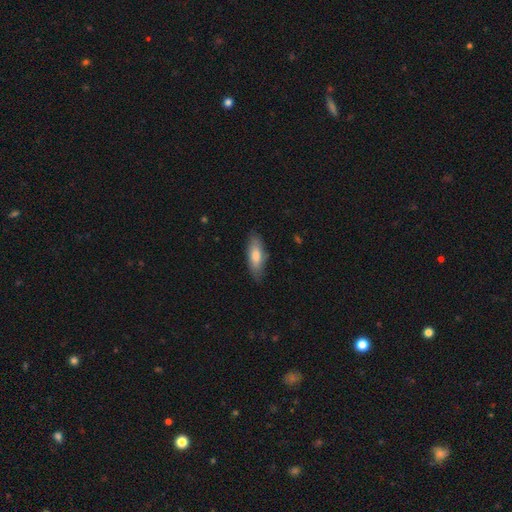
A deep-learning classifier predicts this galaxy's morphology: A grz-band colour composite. It shows a smooth galaxy with no disk features (72%) that is in between round and cigar-shaped (61%). Merging: none (80%).